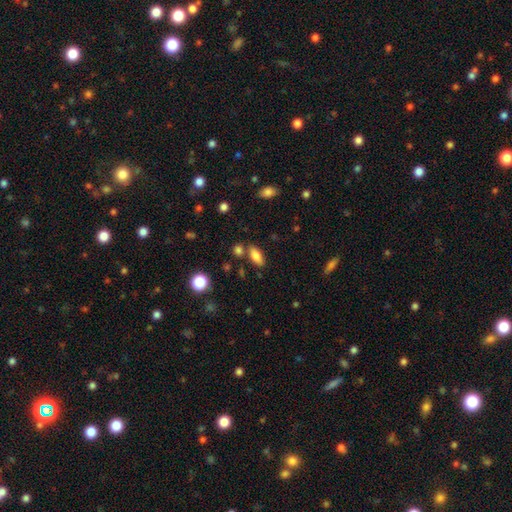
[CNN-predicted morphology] Overall: smooth (81%). How rounded: in between (84%). Merging: none (76%).